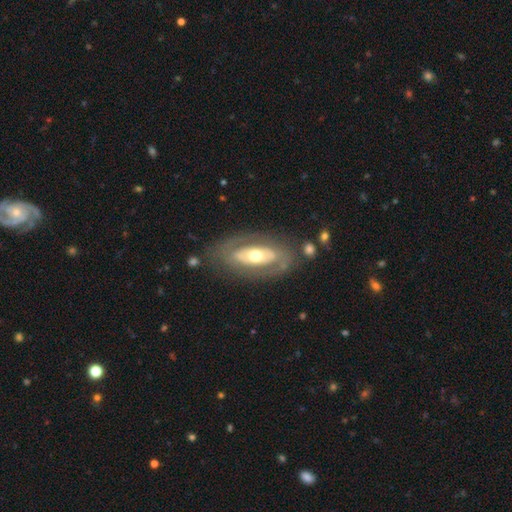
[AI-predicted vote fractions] This appears to be a featured or disk galaxy (62%) with no bar (74%), no spiral arms (75%) and a moderate central bulge (67%). Merging: none (75%).